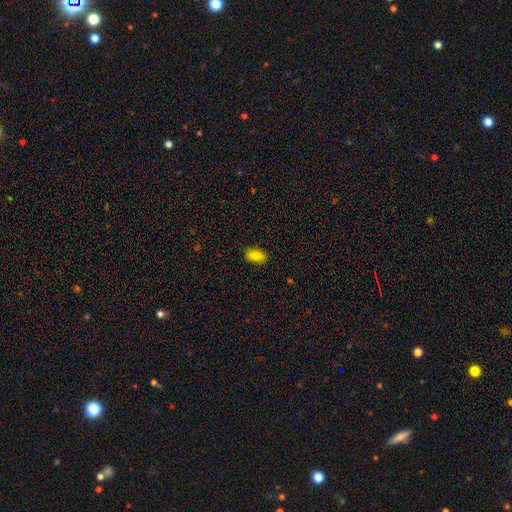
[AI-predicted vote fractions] smooth_or_featured: smooth (p=0.85) [alt: star or artifact p=0.09]
how_rounded: in between (p=0.91) [alt: round p=0.06]
merging: none (p=0.87) [alt: minor disturbance p=0.09]